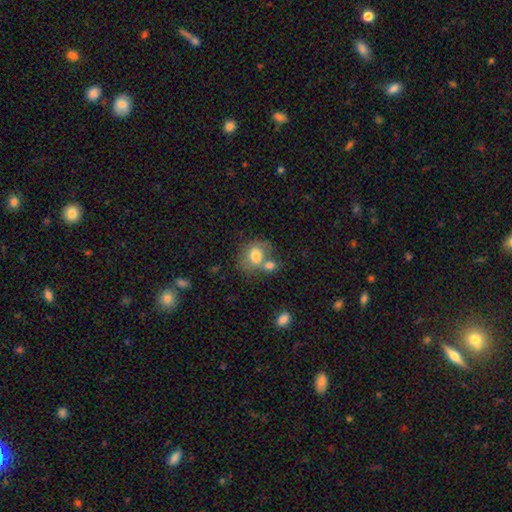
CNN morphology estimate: Smooth or featured?
  - smooth: 72% *
  - featured or disk: 19%
  - star or artifact: 9%
How rounded?
  - in between: 52% *
  - round: 47%
  - cigar-shaped: 1%
Merging?
  - merger: 43% *
  - none: 35%
  - minor disturbance: 15%
  - major disturbance: 8%